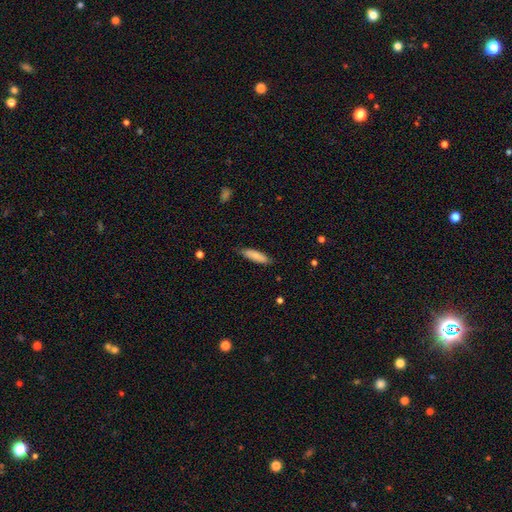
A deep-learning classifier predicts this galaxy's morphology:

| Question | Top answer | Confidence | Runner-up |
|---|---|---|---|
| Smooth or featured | smooth | 80% | featured or disk (15%) |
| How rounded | cigar-shaped | 62% | in between (37%) |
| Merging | none | 79% | minor disturbance (17%) |